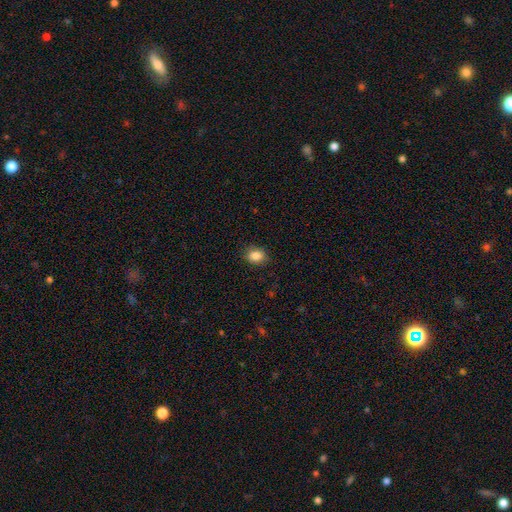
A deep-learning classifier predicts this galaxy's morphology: smooth 85%, star or artifact 9%, featured or disk 5%. Down the decision tree: how rounded — round (51%); merging — none (85%).